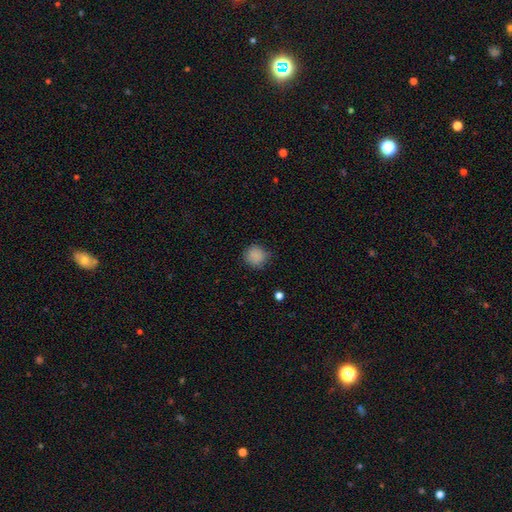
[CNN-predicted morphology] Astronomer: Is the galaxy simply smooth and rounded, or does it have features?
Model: smooth — 86%.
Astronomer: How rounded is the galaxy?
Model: round — 89%.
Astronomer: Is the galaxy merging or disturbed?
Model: none — 77%.